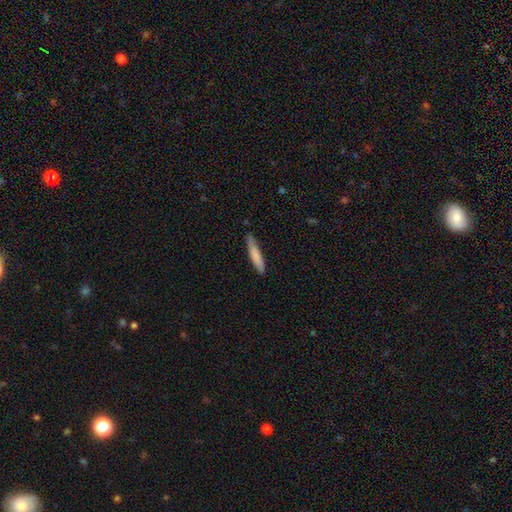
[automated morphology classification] This appears to be a smooth galaxy with no disk features (80%) that is cigar-shaped (89%). Merging: none (75%).